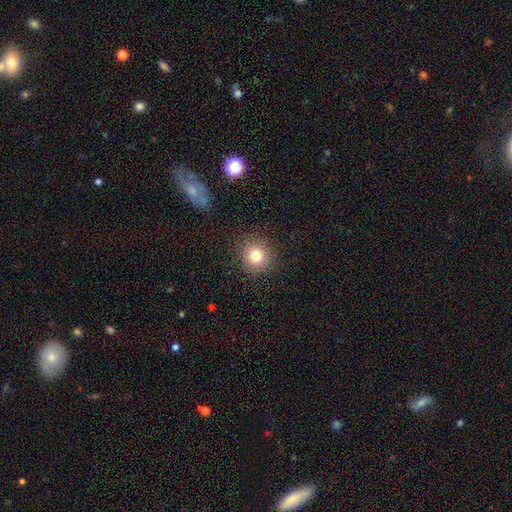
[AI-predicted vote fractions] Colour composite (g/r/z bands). It shows a smooth galaxy with no disk features (80%) that is round (91%). Merging: none (90%).